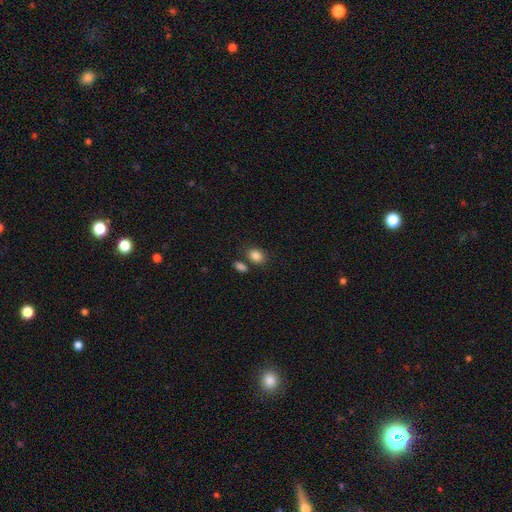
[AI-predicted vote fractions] The model was most divided on "how rounded": in between: 68%, round: 31%, cigar-shaped: 1%. More confident: smooth or featured — smooth (85%); merging — none (66%).